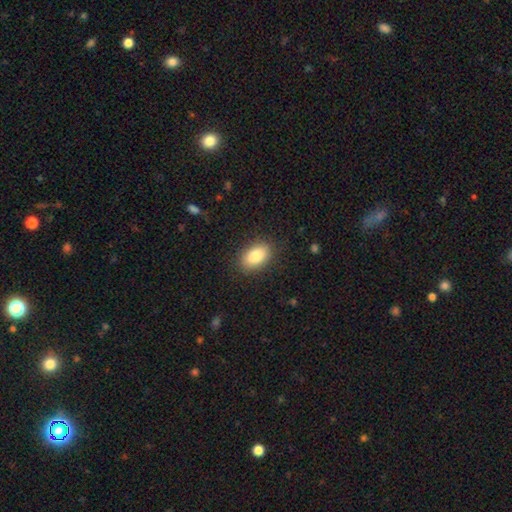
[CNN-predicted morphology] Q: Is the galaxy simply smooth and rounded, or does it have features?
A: smooth — 85%.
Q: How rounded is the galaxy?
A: in between — 90%.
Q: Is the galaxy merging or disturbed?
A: none — 86%.